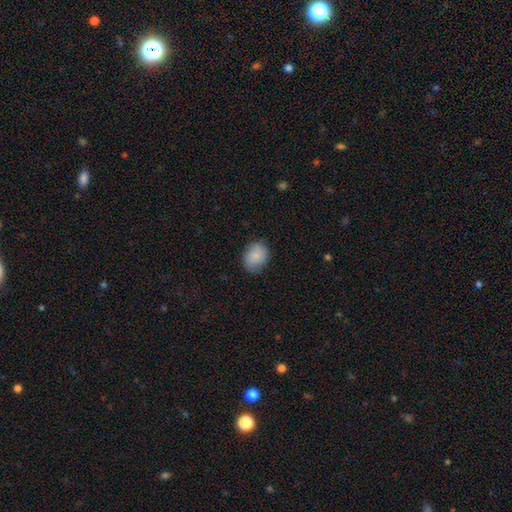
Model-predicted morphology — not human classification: smooth_or_featured: smooth (p=0.86) [alt: featured or disk p=0.08]
how_rounded: in between (p=0.55) [alt: round p=0.44]
merging: none (p=0.78) [alt: minor disturbance p=0.18]